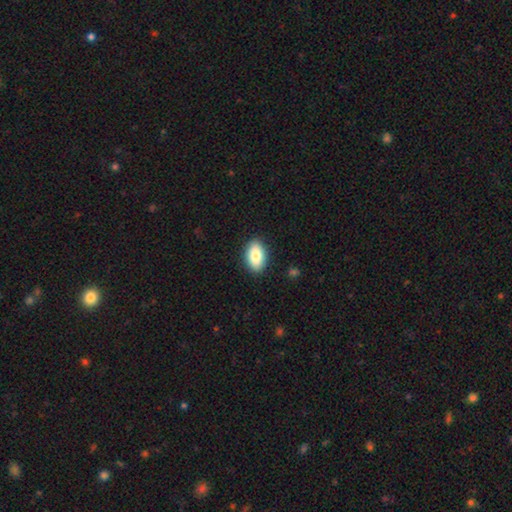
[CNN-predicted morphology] Overall: smooth (85%). How rounded: in between (92%). Merging: none (90%).